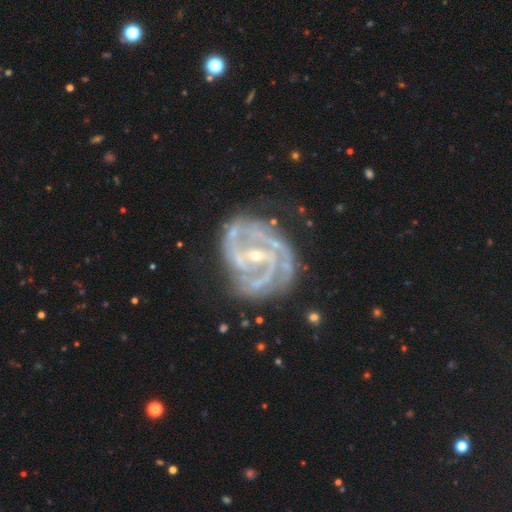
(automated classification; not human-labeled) A featured or disk galaxy (90%) with a weak bar (39%), 2 (36%) tight (51%) spiral arms (97%) and a small central bulge (71%).

Vote fractions:
- Smooth or featured? featured or disk: 90% / star or artifact: 6% / smooth: 4%
- Edge-on disk? no: 98% / yes: 2%
- Bar? weak: 39% / no: 33% / strong: 29%
- Spiral arms? yes: 97% / no: 3%
- Spiral winding? tight: 51% / medium: 41% / loose: 8%
- Spiral arm count? 2: 36% / 3: 29% / can't tell: 15% / 4: 9% / 1: 6% / more than 4: 5%
- Bulge size? small: 71% / moderate: 25% / none: 1% / large: 1% / dominant: 1%
- Merging? none: 58% / minor disturbance: 24% / major disturbance: 15% / merger: 3%